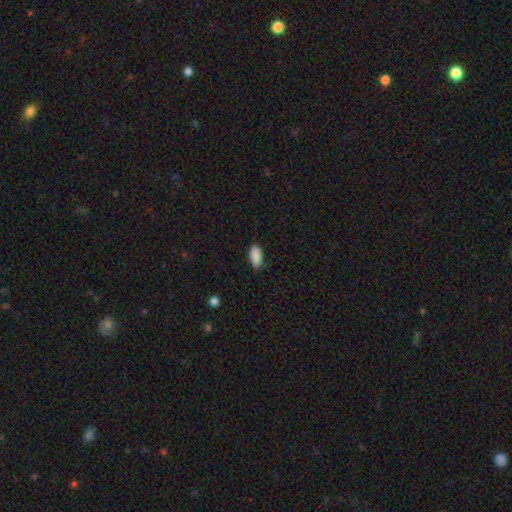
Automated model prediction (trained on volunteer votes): smooth-or-featured: smooth: 88% | star or artifact: 7% | featured or disk: 5%
  how-rounded: in between: 92% | cigar-shaped: 5% | round: 3%
  merging: none: 65% | minor disturbance: 29% | major disturbance: 4% | merger: 1%